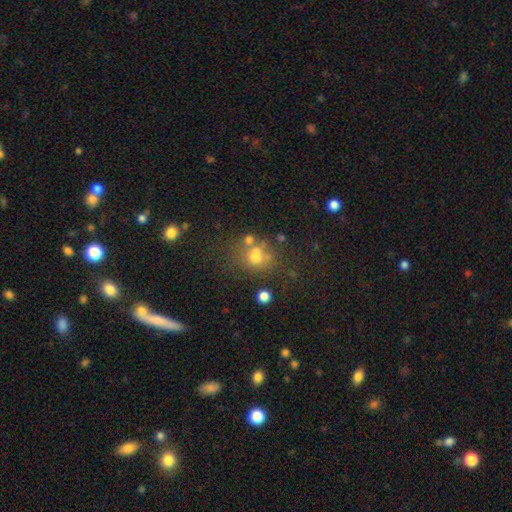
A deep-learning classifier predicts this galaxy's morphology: Smooth or featured? smooth (62%)
How rounded? round (65%)
Merging? none (49%)